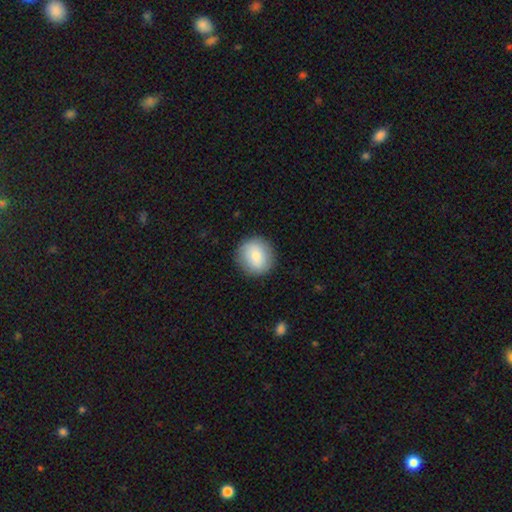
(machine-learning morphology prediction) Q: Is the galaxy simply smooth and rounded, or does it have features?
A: smooth — 79%.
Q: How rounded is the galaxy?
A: round — 91%.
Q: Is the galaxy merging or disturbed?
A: none — 89%.